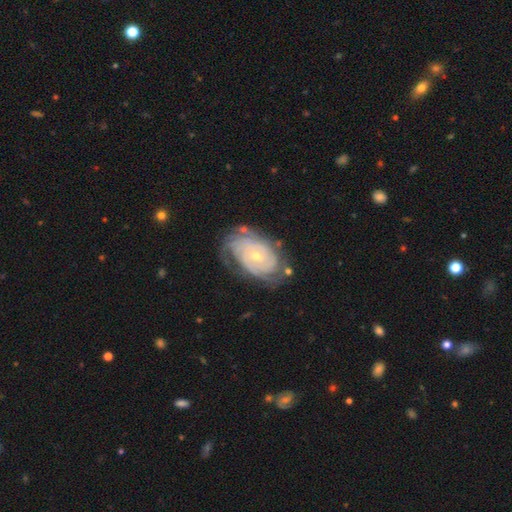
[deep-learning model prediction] Overall: featured or disk (84%). Edge-on disk: no (96%). Bar: no (72%). Spiral arms: yes (92%). Spiral arm count: can't tell (42%; 2 26%). Spiral winding: tight (77%). Bulge size: small (58%; moderate 39%). Merging: none (61%; minor disturbance 24%).